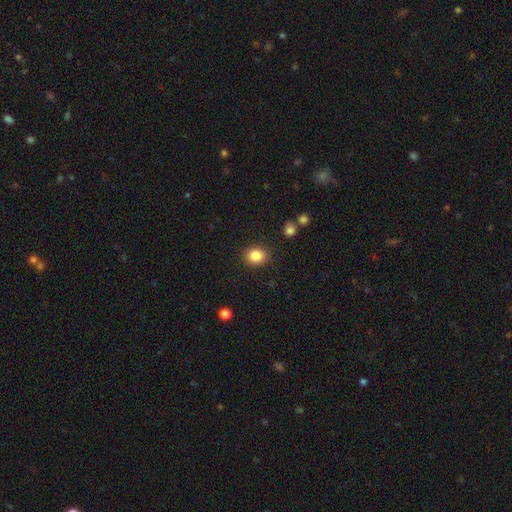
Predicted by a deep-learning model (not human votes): This is clearly a smooth galaxy (86%). How rounded: likely round (66%). Merging: clearly none (88%).